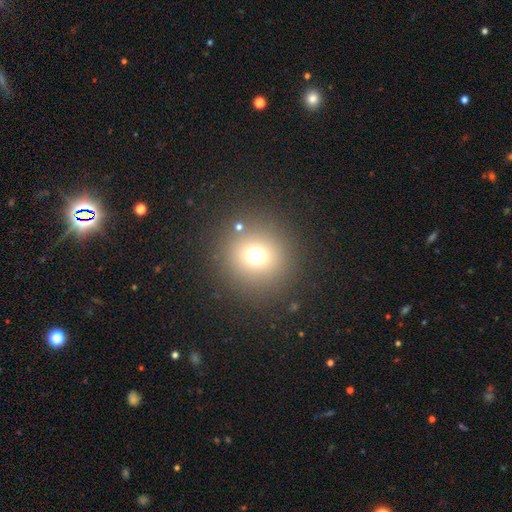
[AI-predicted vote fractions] Q: Smooth or featured?
A: smooth (68%); runner-up: star or artifact (23%)
Q: How rounded?
A: round (93%); runner-up: in between (6%)
Q: Merging?
A: none (85%); runner-up: minor disturbance (7%)